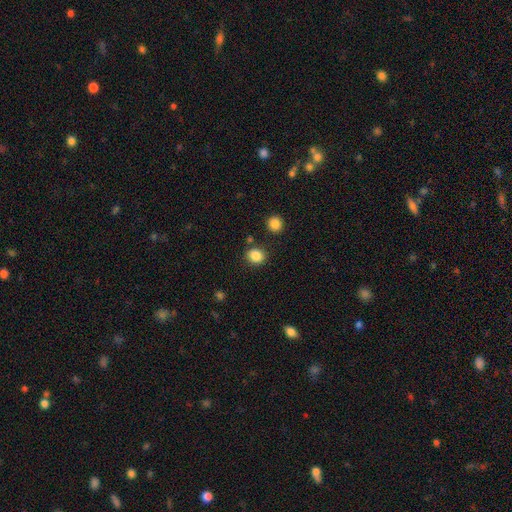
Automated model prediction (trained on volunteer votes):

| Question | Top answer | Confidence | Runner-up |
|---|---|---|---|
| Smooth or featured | smooth | 86% | star or artifact (10%) |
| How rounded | round | 74% | in between (25%) |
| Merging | none | 82% | minor disturbance (10%) |